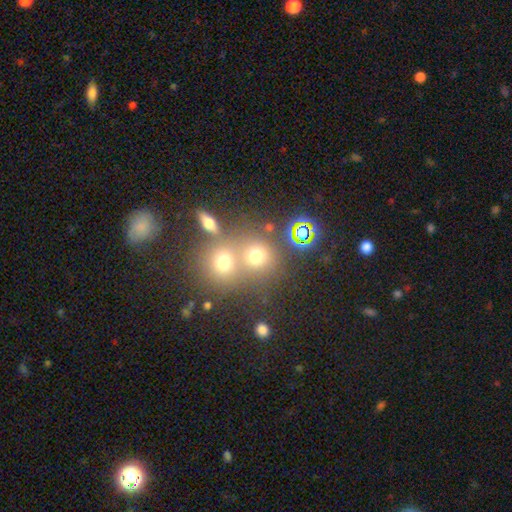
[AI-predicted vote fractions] Q: Smooth or featured?
A: smooth (67%); runner-up: star or artifact (23%)
Q: How rounded?
A: round (83%); runner-up: in between (16%)
Q: Merging?
A: none (47%); runner-up: merger (42%)